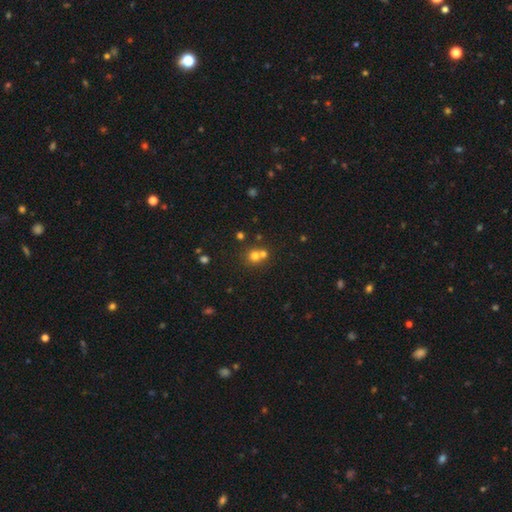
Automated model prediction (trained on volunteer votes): This is likely a smooth galaxy (66%). How rounded: clearly round (86%). Merging: possibly none (50%).